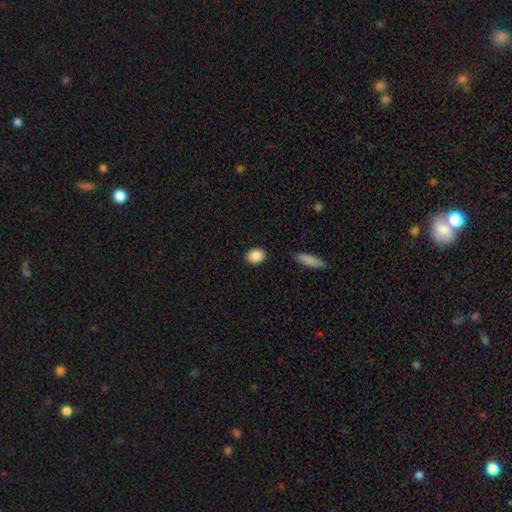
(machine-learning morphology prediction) A smooth galaxy with no disk features (89%) that is in between round and cigar-shaped (58%). Merging: none (88%).